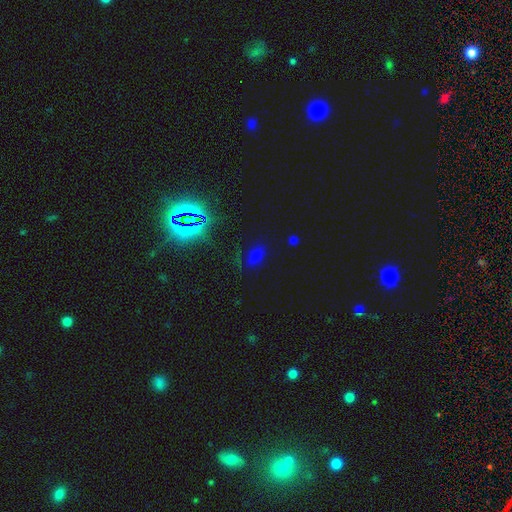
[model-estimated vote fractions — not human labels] The model was most divided on "smooth or featured": smooth: 48%, star or artifact: 43%, featured or disk: 9%. More confident: merging — none (69%).